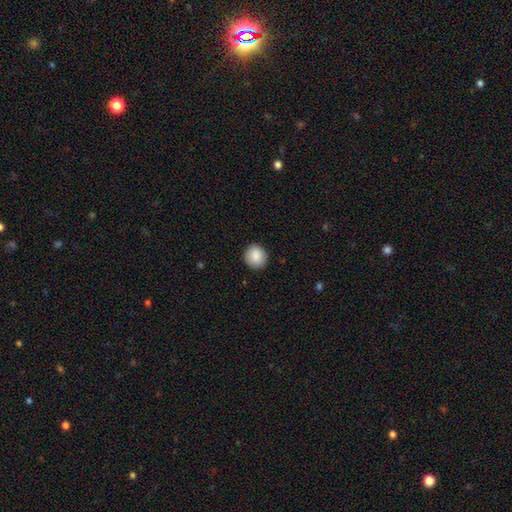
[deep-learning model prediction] Smooth or featured? smooth (89%)
How rounded? round (87%)
Merging? none (90%)